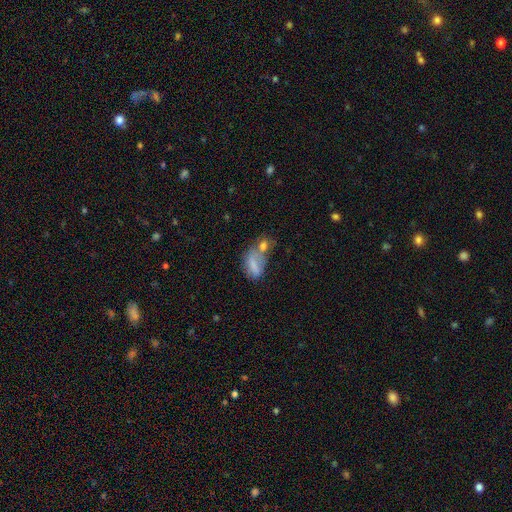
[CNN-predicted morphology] Smooth or featured? Predicted: smooth (p=0.57). How rounded? Predicted: in between (p=0.82). Merging? Predicted: none (p=0.35).